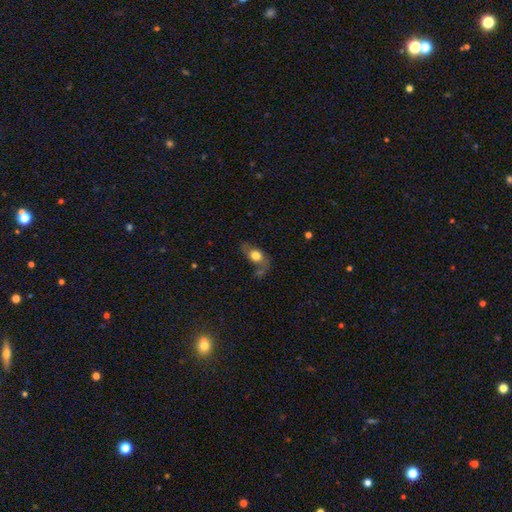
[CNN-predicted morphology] Smooth or featured?
  - smooth: 59% *
  - featured or disk: 33%
  - star or artifact: 8%
How rounded?
  - in between: 74% *
  - round: 21%
  - cigar-shaped: 5%
Merging?
  - none: 47% *
  - minor disturbance: 25%
  - major disturbance: 18%
  - merger: 10%